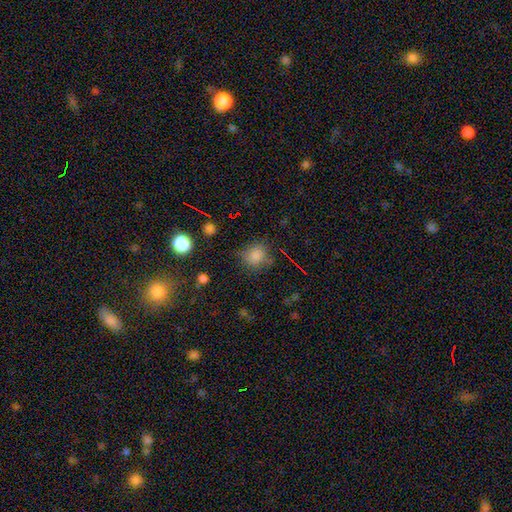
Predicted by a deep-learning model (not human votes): Smooth or featured: smooth — 79% (star or artifact — 15%)
How rounded: round — 76% (in between — 23%)
Merging: none — 75% (minor disturbance — 16%)